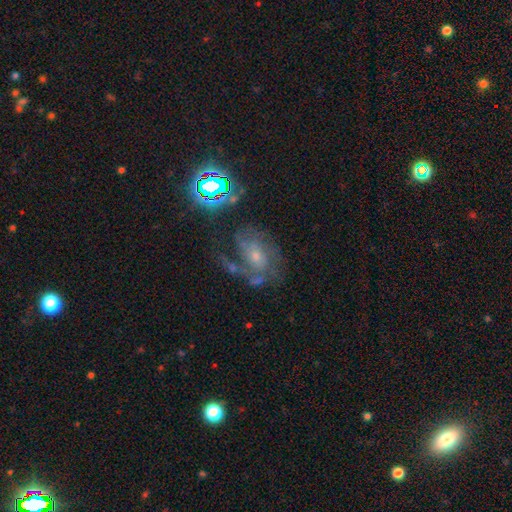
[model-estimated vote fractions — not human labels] Morphology: type=featured or disk (71%); edge-on=no (97%); bar=no (60%); spiral arms=yes (88%); winding=medium (42%); arm count=can't tell (33%, tied with 2); bulge=small (55%); merging=none (48%).